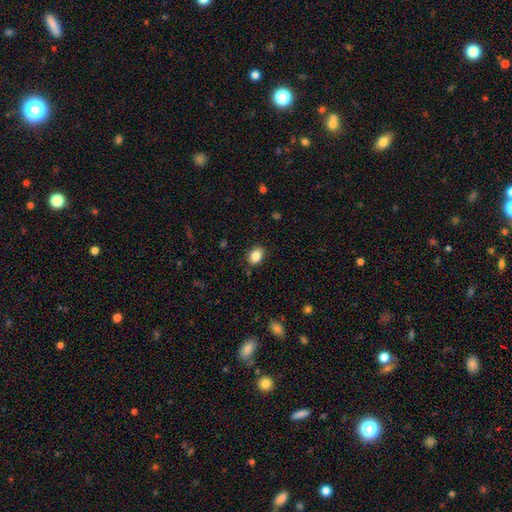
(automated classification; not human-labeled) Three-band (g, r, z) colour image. It shows a smooth galaxy with no disk features (86%) that is in between round and cigar-shaped (70%). Merging: none (87%).